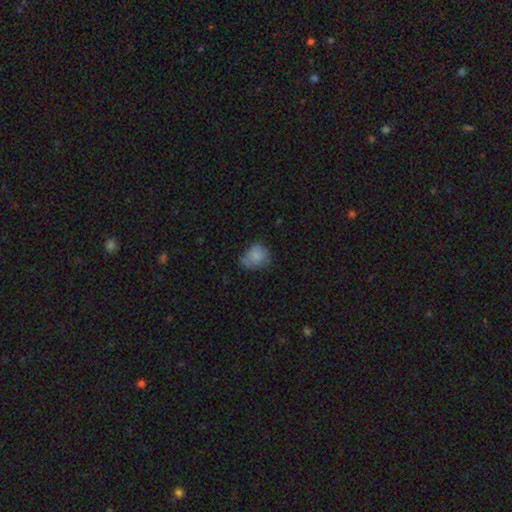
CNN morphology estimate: Smooth or featured? Predicted: smooth (p=0.80). How rounded? Predicted: round (p=0.60). Merging? Predicted: none (p=0.52).